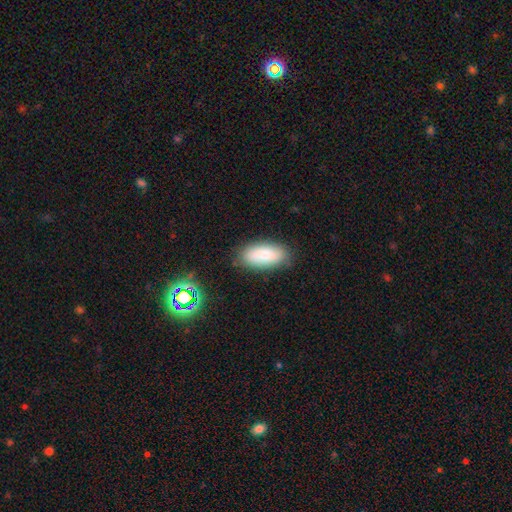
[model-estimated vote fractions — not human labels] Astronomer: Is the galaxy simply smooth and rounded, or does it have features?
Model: smooth — 76%.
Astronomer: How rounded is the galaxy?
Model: in between — 90%.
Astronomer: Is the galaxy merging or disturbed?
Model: none — 81%.